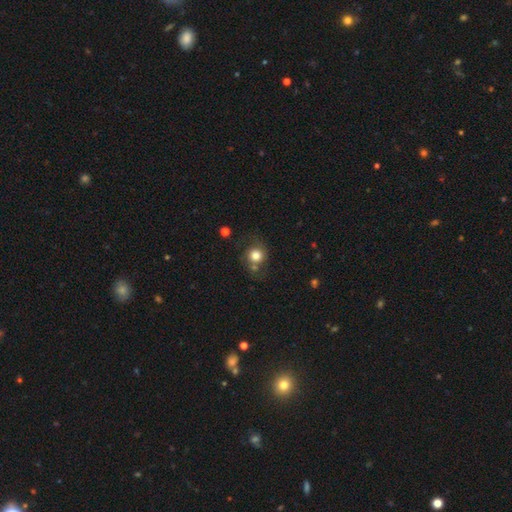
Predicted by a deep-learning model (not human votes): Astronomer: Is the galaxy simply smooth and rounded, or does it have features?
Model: smooth — 78%.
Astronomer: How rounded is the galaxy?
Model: round — 84%.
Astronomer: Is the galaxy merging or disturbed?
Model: none — 60%.